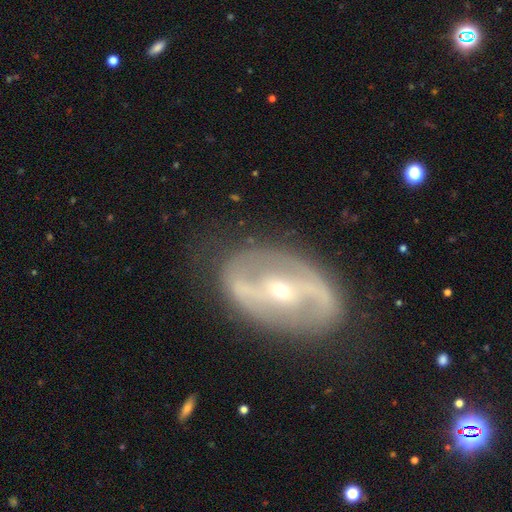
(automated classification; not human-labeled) A featured or disk galaxy (83%) with a strong bar (53%), 2 (81%) medium (39%) spiral arms (68%) and a small central bulge (65%). Merging: none (78%).